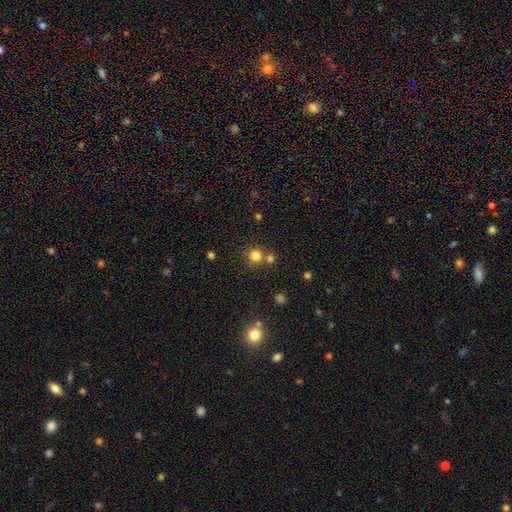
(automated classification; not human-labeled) smooth 78%, star or artifact 15%, featured or disk 7%. Down the decision tree: how rounded — round (91%); merging — none (65%).